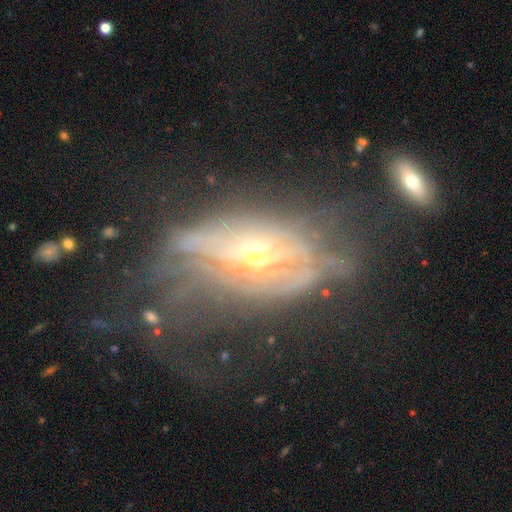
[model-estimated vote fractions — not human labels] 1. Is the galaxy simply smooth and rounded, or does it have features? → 75% featured or disk, 15% smooth, 9% star or artifact.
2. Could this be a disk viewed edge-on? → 83% no, 17% yes.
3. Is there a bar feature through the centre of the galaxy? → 71% no, 20% weak, 9% strong.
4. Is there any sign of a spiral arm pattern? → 51% no, 49% yes.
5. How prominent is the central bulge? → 56% moderate, 36% small, 5% large, 1% none, 1% dominant.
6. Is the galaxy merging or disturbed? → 47% major disturbance, 26% none, 19% minor disturbance, 8% merger.